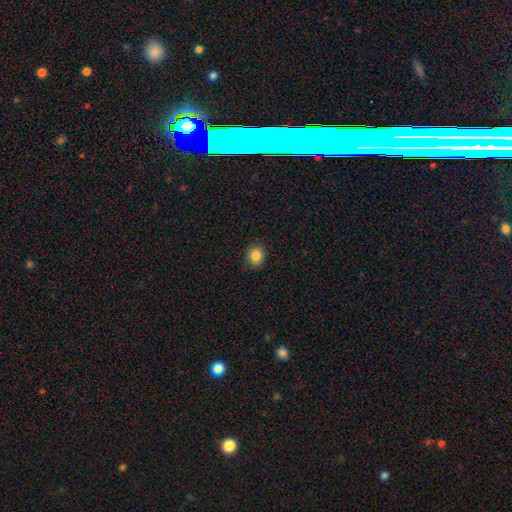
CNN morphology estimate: smooth_or_featured: smooth (p=0.85) [alt: star or artifact p=0.10]
how_rounded: round (p=0.58) [alt: in between p=0.41]
merging: none (p=0.88) [alt: minor disturbance p=0.09]